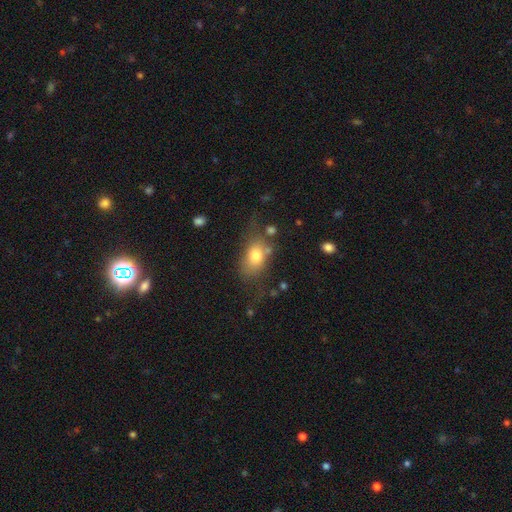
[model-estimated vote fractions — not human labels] The model was most divided on "merging": none: 55%, minor disturbance: 24%, major disturbance: 15%, merger: 6%. More confident: how rounded — in between (77%); smooth or featured — smooth (75%).